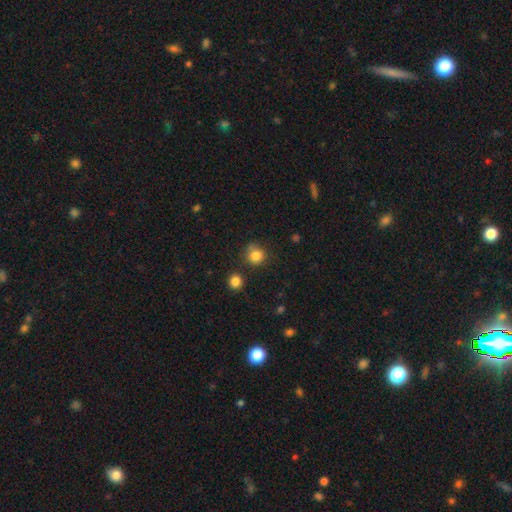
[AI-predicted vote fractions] This appears to be a smooth galaxy with no disk features (83%) that is round (89%). Merging: none (73%).